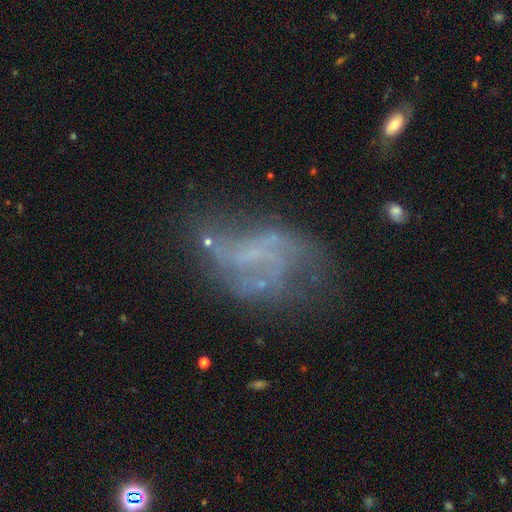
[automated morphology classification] Overall: featured or disk (66%). Edge-on disk: no (97%). Bar: no (70%). Spiral arms: yes (50%, tied with no). Bulge size: none (74%). Merging: none (40%; major disturbance 31%).